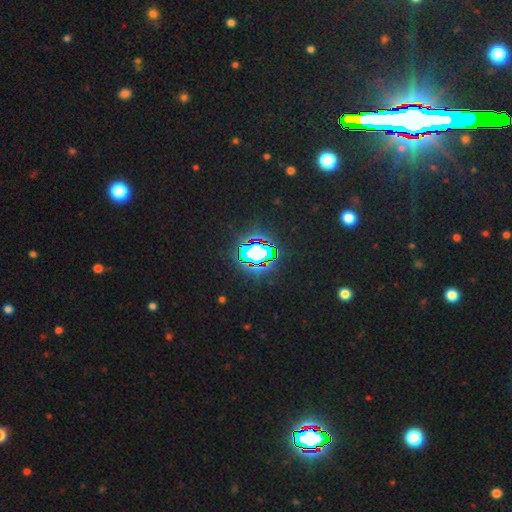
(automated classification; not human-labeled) The model was most divided on "smooth or featured": star or artifact: 70%, smooth: 17%, featured or disk: 13%.